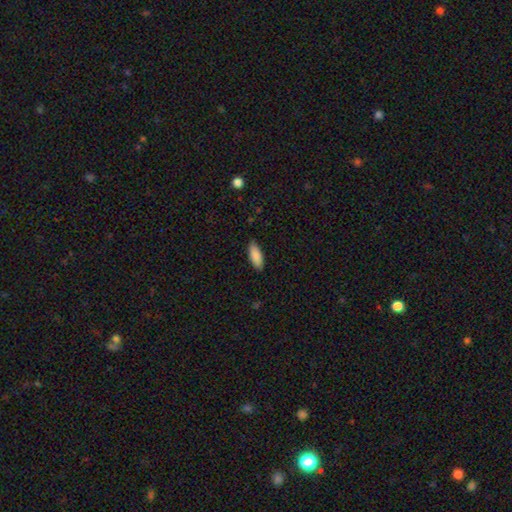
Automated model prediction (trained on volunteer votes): A smooth galaxy with no disk features (89%) that is in between round and cigar-shaped (74%). Merging: none (85%).